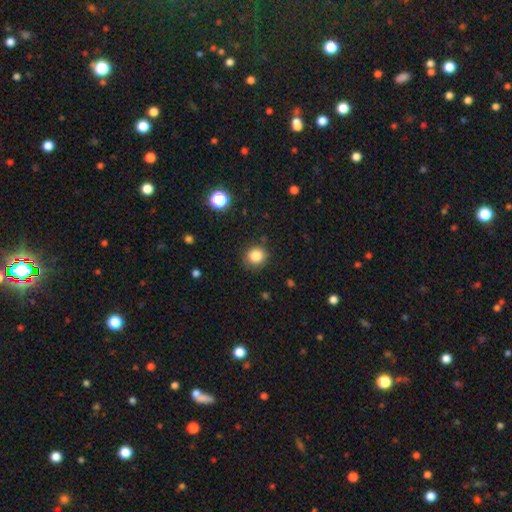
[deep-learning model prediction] A smooth galaxy with no disk features (83%) that is round (87%).

Vote fractions:
- Smooth or featured? smooth: 83% / star or artifact: 12% / featured or disk: 5%
- How rounded? round: 87% / in between: 13% / cigar-shaped: 1%
- Merging? none: 85% / minor disturbance: 11% / major disturbance: 3% / merger: 2%